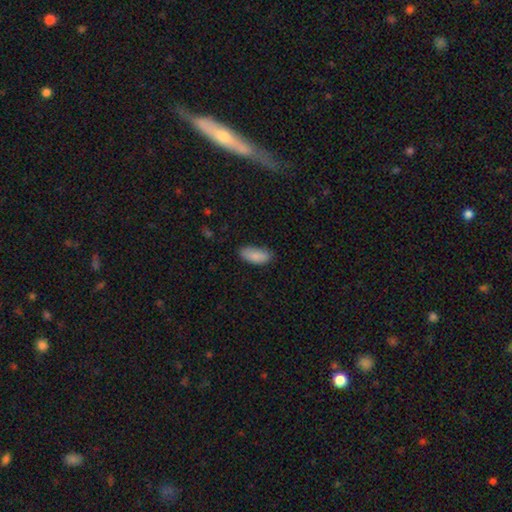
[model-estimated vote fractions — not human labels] A smooth galaxy with no disk features (87%) that is in between round and cigar-shaped (89%).

Vote fractions:
- Smooth or featured? smooth: 87% / featured or disk: 7% / star or artifact: 6%
- How rounded? in between: 89% / cigar-shaped: 9% / round: 2%
- Merging? none: 78% / minor disturbance: 18% / major disturbance: 3% / merger: 1%